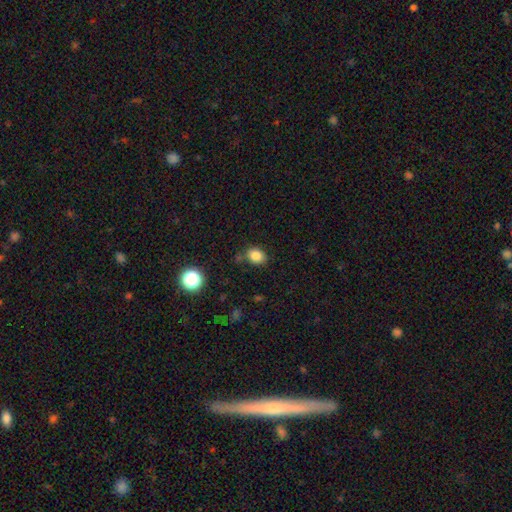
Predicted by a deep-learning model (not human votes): A smooth galaxy with no disk features (83%) that is in between round and cigar-shaped (56%). Merging: none (74%).